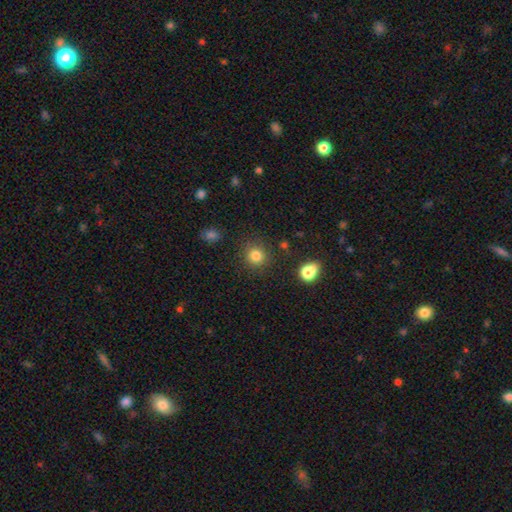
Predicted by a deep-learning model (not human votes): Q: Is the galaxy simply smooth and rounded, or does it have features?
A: smooth — 83%.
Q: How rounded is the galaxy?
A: round — 89%.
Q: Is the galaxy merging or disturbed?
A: none — 86%.